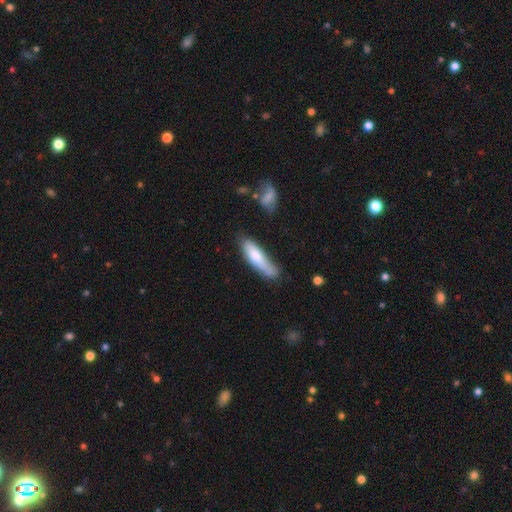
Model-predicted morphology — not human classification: Smooth or featured? Predicted: smooth (p=0.73). How rounded? Predicted: cigar-shaped (p=0.69). Merging? Predicted: none (p=0.52).